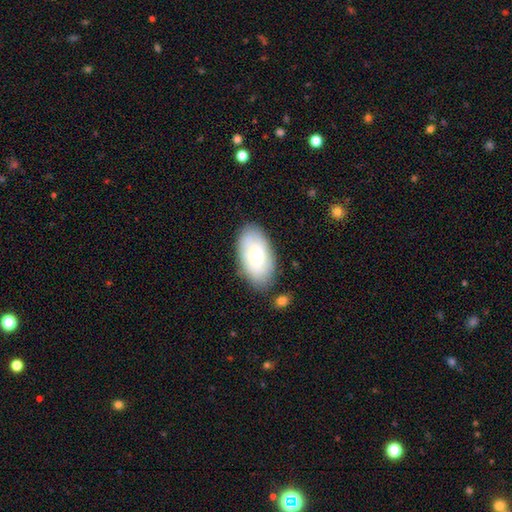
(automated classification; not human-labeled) The model was most divided on "smooth or featured": smooth: 66%, featured or disk: 27%, star or artifact: 7%. More confident: how rounded — in between (95%); merging — none (80%).